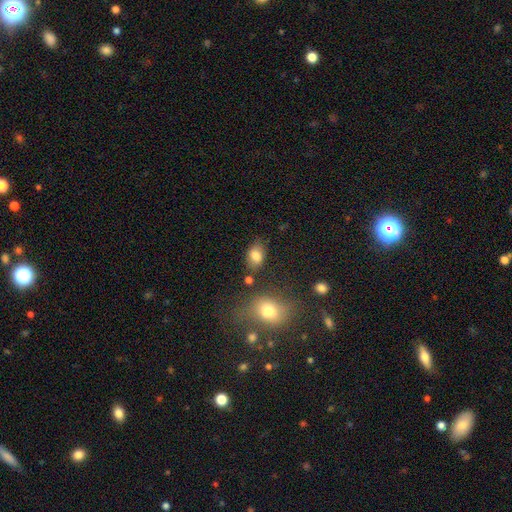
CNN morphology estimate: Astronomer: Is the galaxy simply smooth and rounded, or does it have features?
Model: smooth — 81%.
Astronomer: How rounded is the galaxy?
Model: in between — 82%.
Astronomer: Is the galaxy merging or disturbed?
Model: none — 74%.